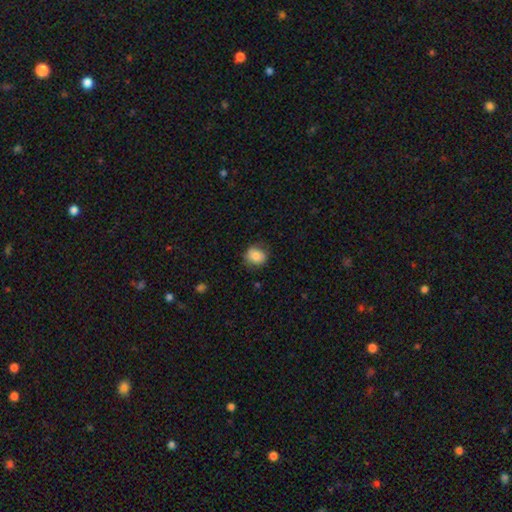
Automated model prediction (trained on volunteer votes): The model was most divided on "how rounded": round: 73%, in between: 26%, cigar-shaped: 1%. More confident: smooth or featured — smooth (84%); merging — none (76%).